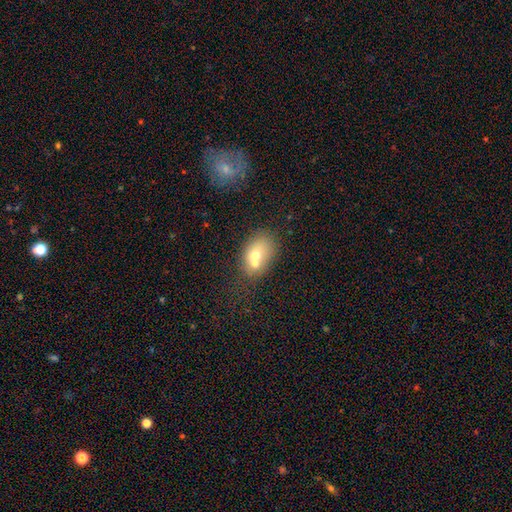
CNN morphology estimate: type=smooth (64%); roundness=in between (71%); merging=merger (52%).